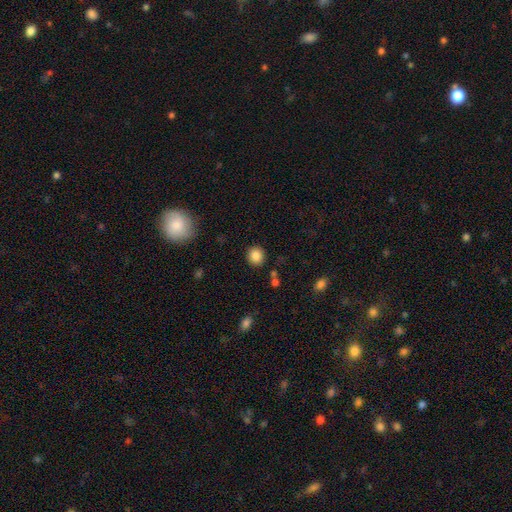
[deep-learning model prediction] Smooth or featured? Predicted: smooth (p=0.85). How rounded? Predicted: round (p=0.86). Merging? Predicted: none (p=0.88).